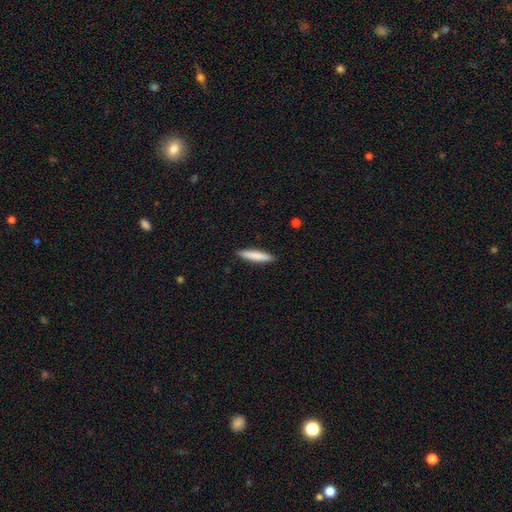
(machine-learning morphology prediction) type=smooth (80%); roundness=cigar-shaped (89%); merging=none (90%).